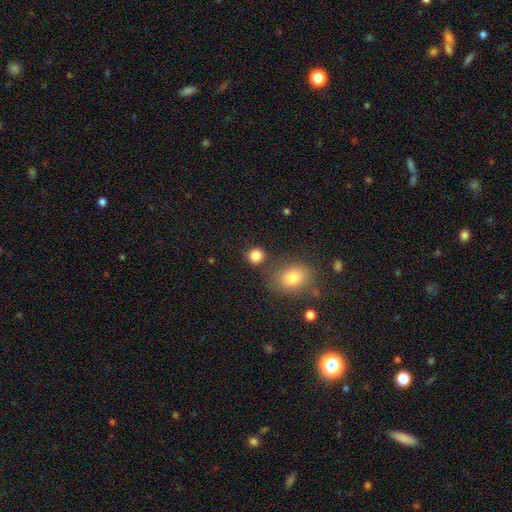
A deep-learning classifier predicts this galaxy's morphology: This is clearly a smooth galaxy (85%). How rounded: clearly round (85%). Merging: likely none (79%).